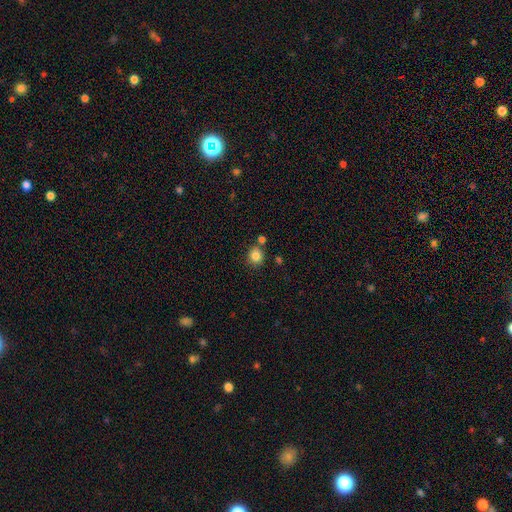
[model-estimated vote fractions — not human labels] Morphology: type=smooth (84%); roundness=round (83%); merging=none (76%).